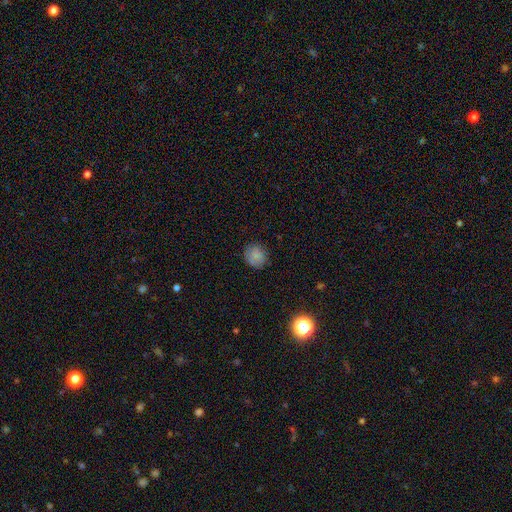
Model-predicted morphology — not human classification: Smooth or featured?
  - smooth: 82% *
  - star or artifact: 10%
  - featured or disk: 8%
How rounded?
  - round: 83% *
  - in between: 16%
  - cigar-shaped: 1%
Merging?
  - none: 84% *
  - minor disturbance: 12%
  - major disturbance: 3%
  - merger: 1%